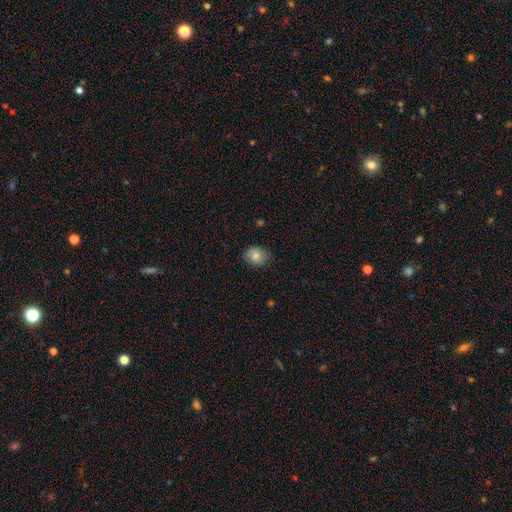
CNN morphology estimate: Overall: smooth (82%). How rounded: round (57%; in between 42%). Merging: none (81%).